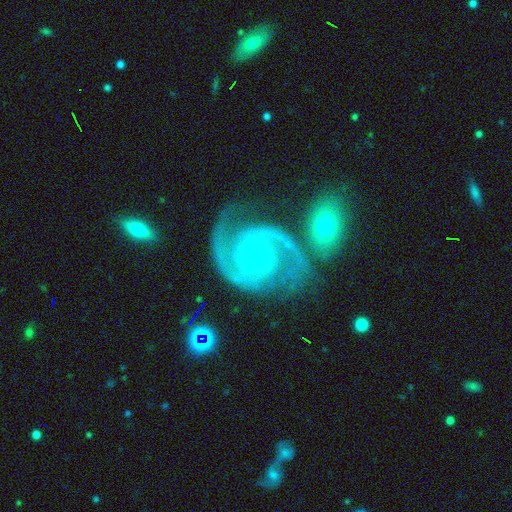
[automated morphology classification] The model was most divided on "spiral winding": tight: 52%, medium: 42%, loose: 5%. More confident: spiral arms — yes (99%); edge-on disk — no (98%); smooth or featured — featured or disk (93%); spiral arm count — 2 (90%); bulge size — small (77%); merging — none (71%); bar — no (71%).